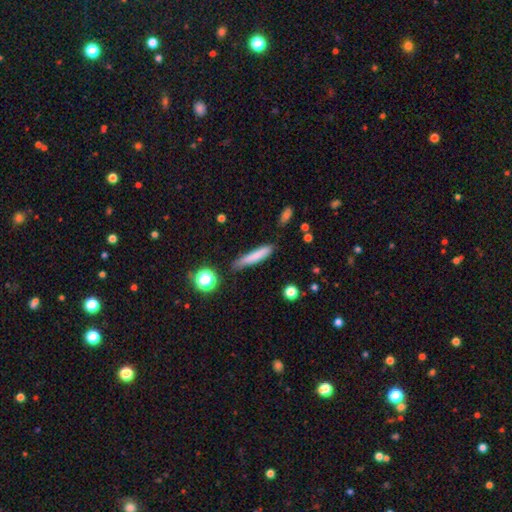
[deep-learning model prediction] Smooth or featured: smooth — 76% (featured or disk — 16%)
How rounded: cigar-shaped — 90% (in between — 8%)
Merging: none — 78% (minor disturbance — 16%)